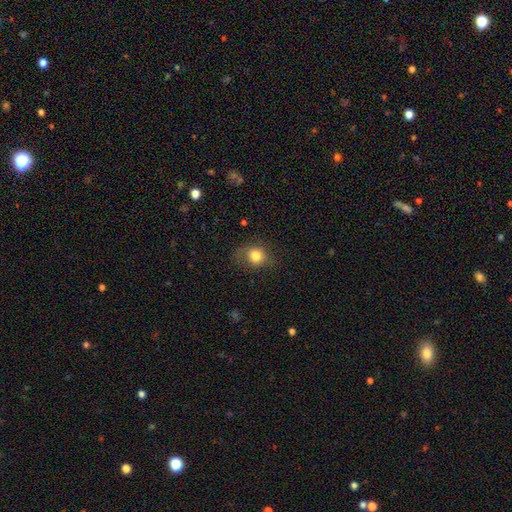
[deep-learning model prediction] A smooth galaxy with no disk features (79%) that is round (64%).

Vote fractions:
- Smooth or featured? smooth: 79% / star or artifact: 10% / featured or disk: 10%
- How rounded? round: 64% / in between: 35% / cigar-shaped: 1%
- Merging? none: 63% / minor disturbance: 24% / major disturbance: 12% / merger: 1%